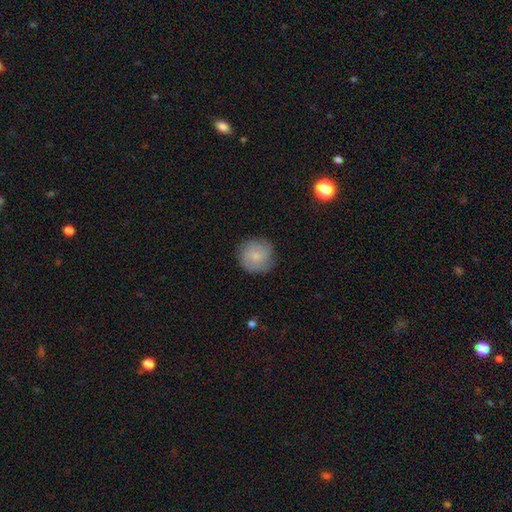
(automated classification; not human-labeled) Smooth or featured?
  - smooth: 73% *
  - featured or disk: 20%
  - star or artifact: 7%
How rounded?
  - round: 94% *
  - in between: 5%
  - cigar-shaped: 1%
Merging?
  - none: 84% *
  - minor disturbance: 12%
  - major disturbance: 3%
  - merger: 1%